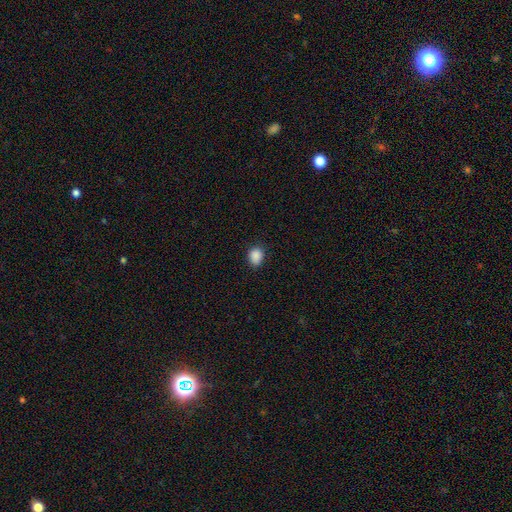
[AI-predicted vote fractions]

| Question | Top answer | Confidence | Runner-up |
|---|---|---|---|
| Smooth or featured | smooth | 88% | star or artifact (9%) |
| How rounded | round | 56% | in between (43%) |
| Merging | none | 84% | minor disturbance (13%) |